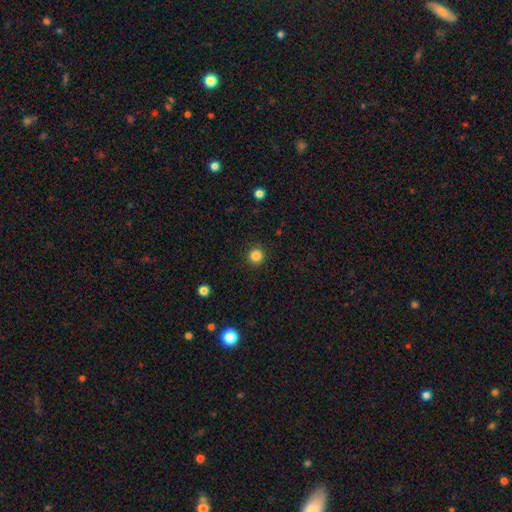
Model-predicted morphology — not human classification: Q: Smooth or featured?
A: smooth (84%); runner-up: star or artifact (12%)
Q: How rounded?
A: round (95%); runner-up: in between (4%)
Q: Merging?
A: none (92%); runner-up: minor disturbance (5%)